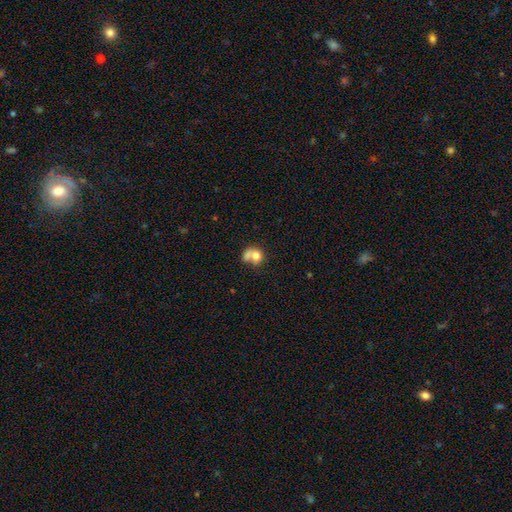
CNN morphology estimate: Smooth or featured?
  - smooth: 71% *
  - featured or disk: 20%
  - star or artifact: 9%
How rounded?
  - round: 64% *
  - in between: 35%
  - cigar-shaped: 1%
Merging?
  - merger: 52% *
  - none: 25%
  - major disturbance: 12%
  - minor disturbance: 11%